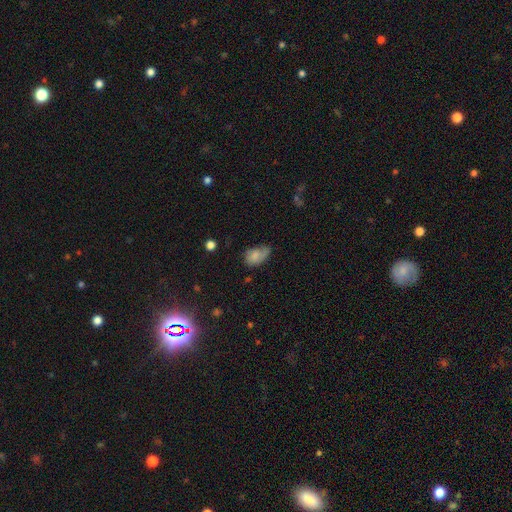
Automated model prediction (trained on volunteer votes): Smooth or featured? smooth (73%)
How rounded? in between (88%)
Merging? minor disturbance (40%)